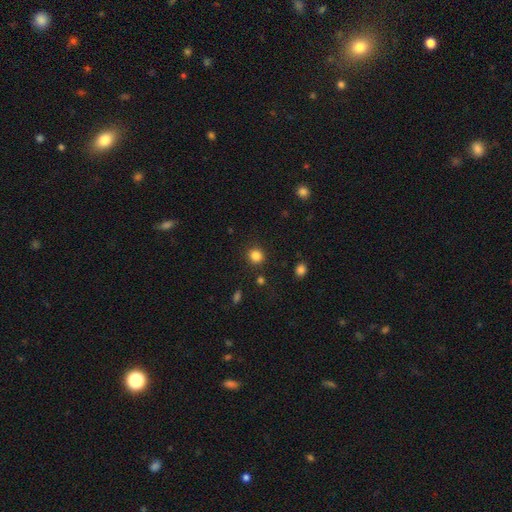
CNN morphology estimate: This is clearly a smooth galaxy (84%). How rounded: clearly round (90%). Merging: clearly none (88%).